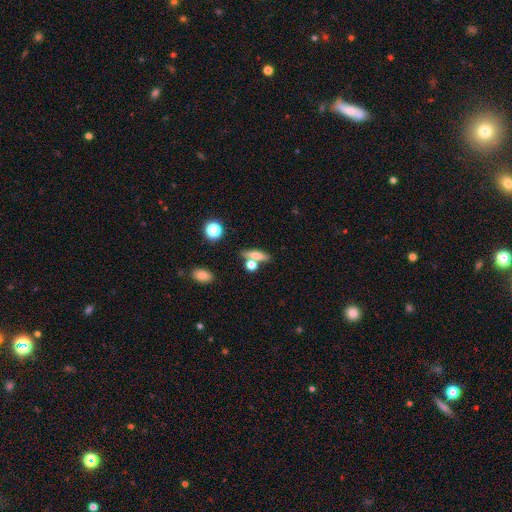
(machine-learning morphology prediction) Q: Smooth or featured?
A: smooth (58%); runner-up: featured or disk (30%)
Q: How rounded?
A: cigar-shaped (52%); runner-up: in between (33%)
Q: Merging?
A: none (61%); runner-up: merger (25%)